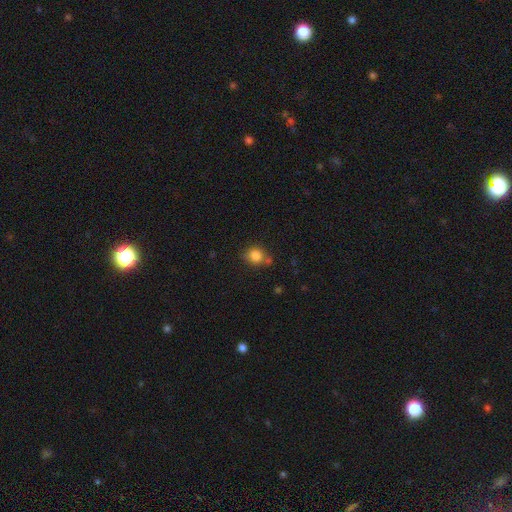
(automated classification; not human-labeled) The model was most divided on "merging": none: 66%, minor disturbance: 17%, merger: 12%, major disturbance: 5%. More confident: smooth or featured — smooth (83%); how rounded — round (77%).